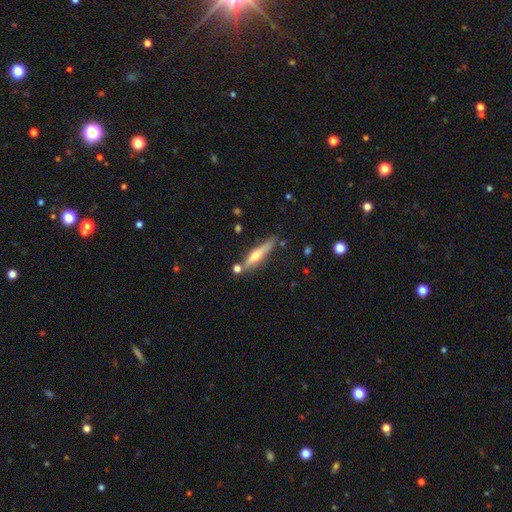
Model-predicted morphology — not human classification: This appears to be a featured or disk galaxy (54%) viewed edge-on (93%) with a rounded central bulge (89%). Merging: none (70%).